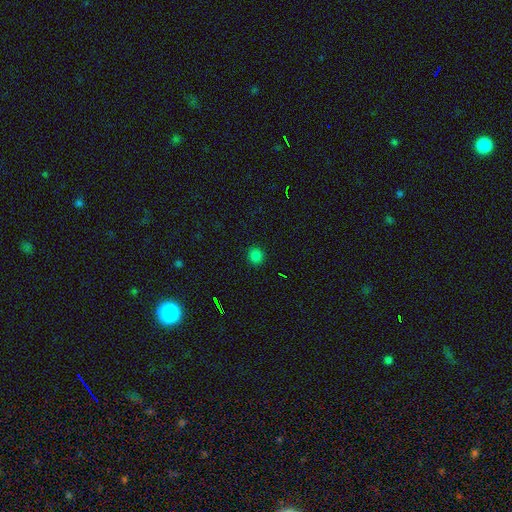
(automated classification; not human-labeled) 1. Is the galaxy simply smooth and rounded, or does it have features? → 80% smooth, 17% star or artifact, 3% featured or disk.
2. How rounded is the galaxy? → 88% round, 11% in between, 1% cigar-shaped.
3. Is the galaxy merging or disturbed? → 91% none, 6% minor disturbance, 2% major disturbance, 1% merger.